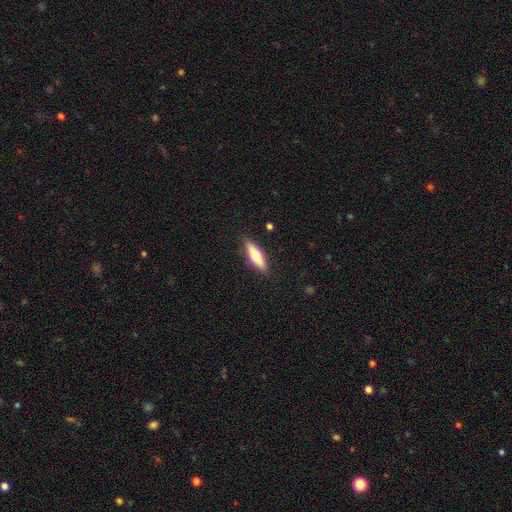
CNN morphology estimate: Smooth or featured? Predicted: smooth (p=0.59). How rounded? Predicted: cigar-shaped (p=0.56). Merging? Predicted: none (p=0.87).